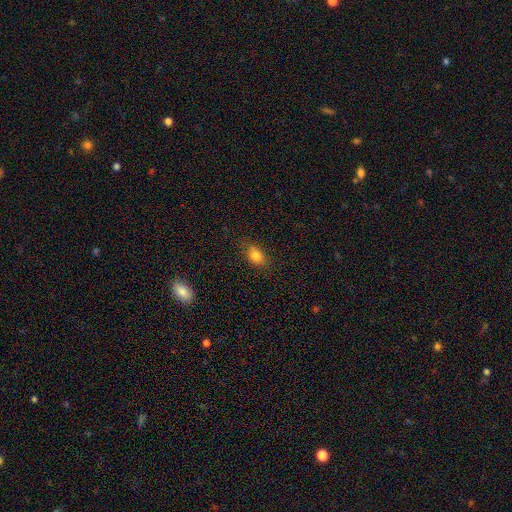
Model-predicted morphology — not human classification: smooth-or-featured: smooth: 82% | star or artifact: 10% | featured or disk: 8%
  how-rounded: in between: 76% | round: 21% | cigar-shaped: 4%
  merging: none: 80% | minor disturbance: 15% | major disturbance: 4% | merger: 1%